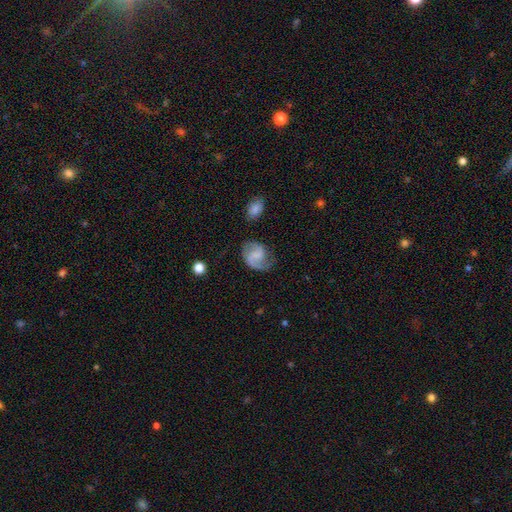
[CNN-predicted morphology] Overall: featured or disk (73%). Edge-on disk: no (98%). Bar: weak (46%; no 39%). Spiral arms: yes (94%). Spiral arm count: 2 (85%). Spiral winding: medium (49%; loose 33%). Bulge size: none (56%; small 23%). Merging: none (70%).